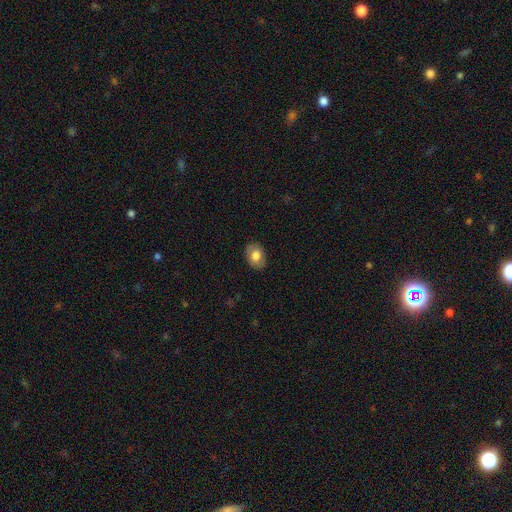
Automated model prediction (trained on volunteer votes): A smooth galaxy with no disk features (75%) that is in between round and cigar-shaped (71%).

Vote fractions:
- Smooth or featured? smooth: 75% / featured or disk: 18% / star or artifact: 8%
- How rounded? in between: 71% / round: 28% / cigar-shaped: 1%
- Merging? none: 85% / minor disturbance: 12% / major disturbance: 3% / merger: 1%